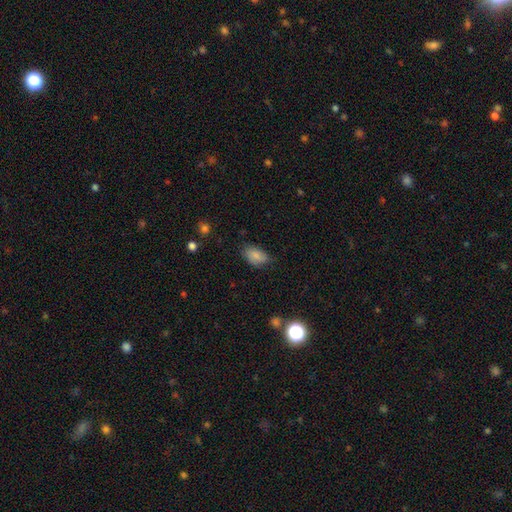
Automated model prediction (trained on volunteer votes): The model was most divided on "merging": none: 72%, minor disturbance: 23%, major disturbance: 4%, merger: 1%. More confident: how rounded — in between (91%); smooth or featured — smooth (82%).